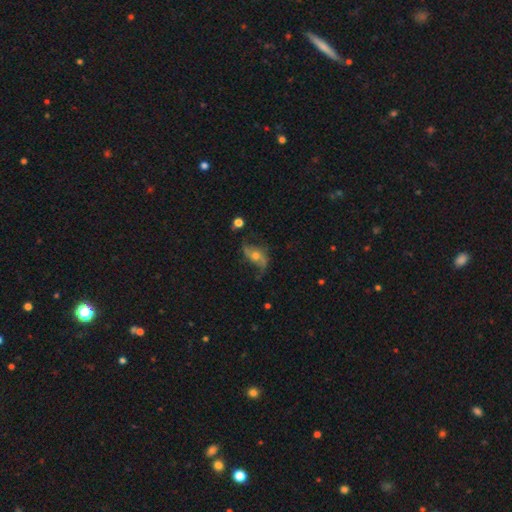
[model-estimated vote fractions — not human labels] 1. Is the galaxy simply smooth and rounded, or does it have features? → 79% featured or disk, 13% smooth, 8% star or artifact.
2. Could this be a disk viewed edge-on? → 94% no, 6% yes.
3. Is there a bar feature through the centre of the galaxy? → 64% no, 26% weak, 11% strong.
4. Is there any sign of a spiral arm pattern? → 92% yes, 8% no.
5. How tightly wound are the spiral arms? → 77% loose, 18% medium, 5% tight.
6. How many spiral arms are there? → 89% 2, 4% can't tell, 4% 1, 2% 3, 1% 4, 1% more than 4.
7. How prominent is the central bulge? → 61% moderate, 32% small, 4% large, 2% none, 1% dominant.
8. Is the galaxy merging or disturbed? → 62% none, 21% minor disturbance, 14% major disturbance, 3% merger.